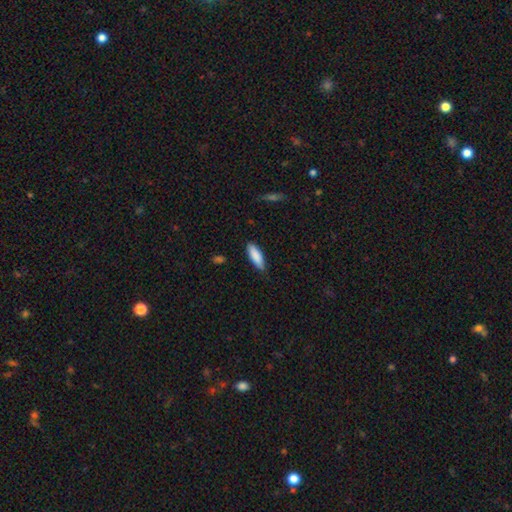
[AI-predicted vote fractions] smooth 87%, featured or disk 8%, star or artifact 6%. Down the decision tree: how rounded — in between (56%); merging — none (81%).